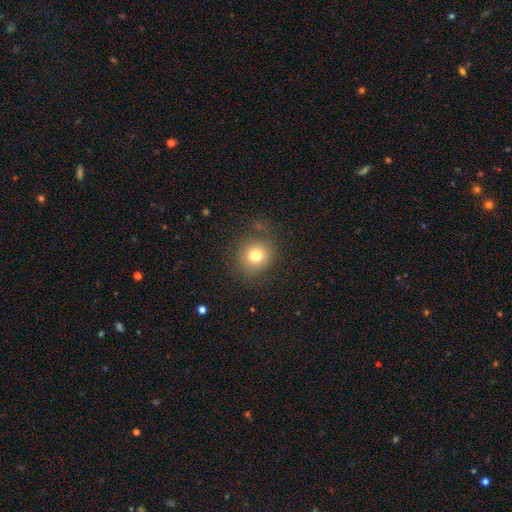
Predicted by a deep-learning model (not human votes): smooth_or_featured: smooth (p=0.77) [alt: star or artifact p=0.13]
how_rounded: round (p=0.88) [alt: in between p=0.11]
merging: none (p=0.82) [alt: minor disturbance p=0.11]